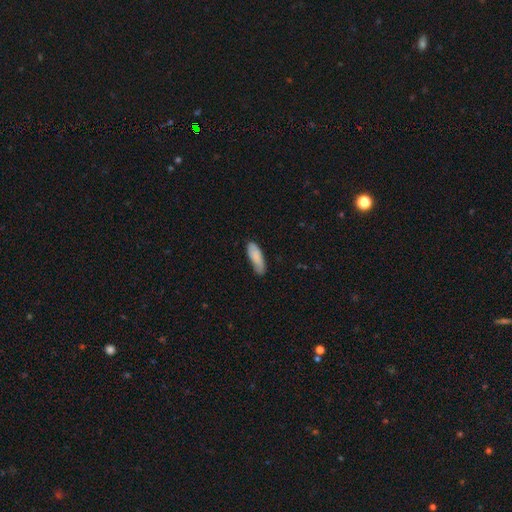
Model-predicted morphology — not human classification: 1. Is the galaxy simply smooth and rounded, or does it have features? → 83% smooth, 11% featured or disk, 6% star or artifact.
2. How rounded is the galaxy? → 60% in between, 38% cigar-shaped, 2% round.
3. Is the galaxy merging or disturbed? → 69% none, 25% minor disturbance, 4% major disturbance, 2% merger.